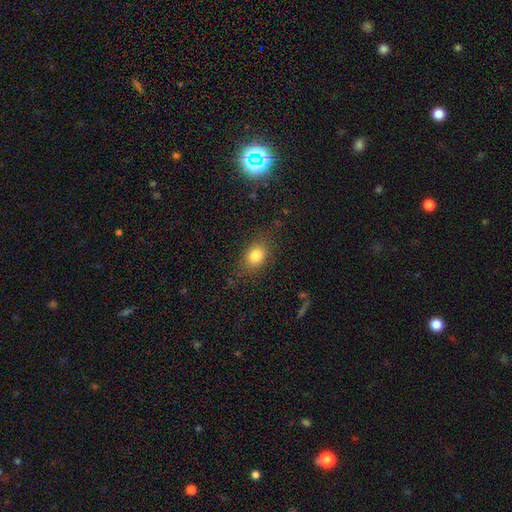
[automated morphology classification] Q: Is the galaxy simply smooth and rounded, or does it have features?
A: smooth — 80%.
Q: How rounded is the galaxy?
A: in between — 59%.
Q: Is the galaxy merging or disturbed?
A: none — 81%.